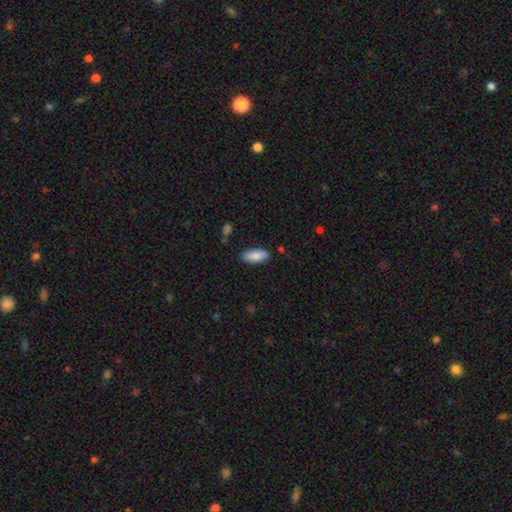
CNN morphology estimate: smooth-or-featured: smooth: 86% | featured or disk: 8% | star or artifact: 6%
  how-rounded: in between: 83% | cigar-shaped: 15% | round: 2%
  merging: none: 83% | minor disturbance: 12% | major disturbance: 2% | merger: 2%